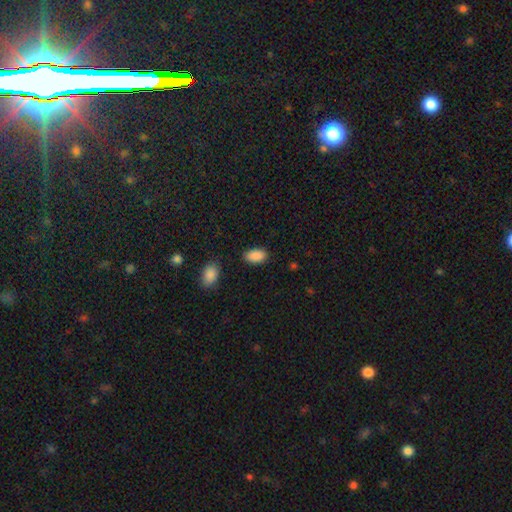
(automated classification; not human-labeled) The model was most divided on "merging": none: 85%, minor disturbance: 11%, major disturbance: 3%, merger: 2%. More confident: how rounded — in between (94%); smooth or featured — smooth (89%).